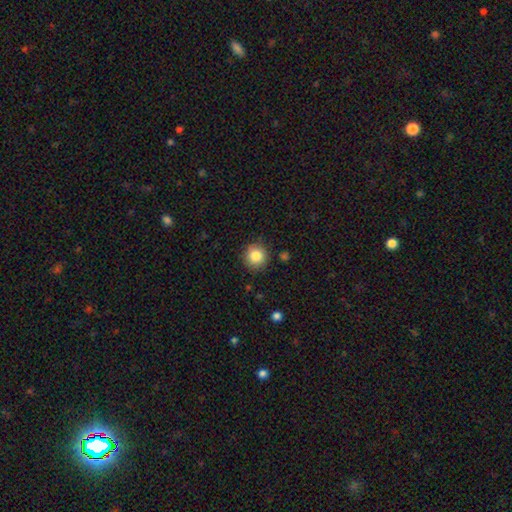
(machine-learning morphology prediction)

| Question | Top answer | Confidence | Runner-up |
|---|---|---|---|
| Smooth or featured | smooth | 84% | star or artifact (10%) |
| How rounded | round | 92% | in between (7%) |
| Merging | none | 87% | minor disturbance (9%) |